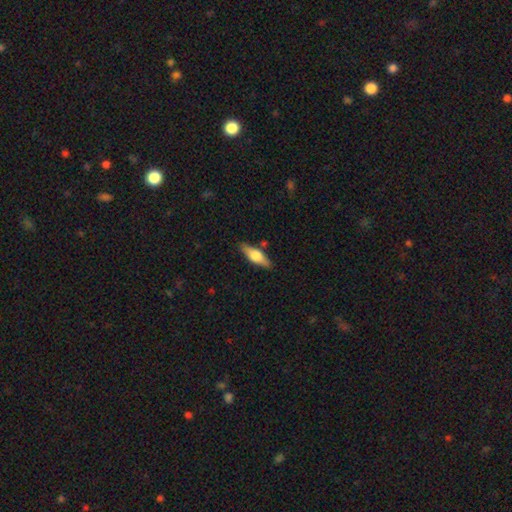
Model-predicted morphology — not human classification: type=smooth (51%); roundness=in between (51%); merging=none (84%).